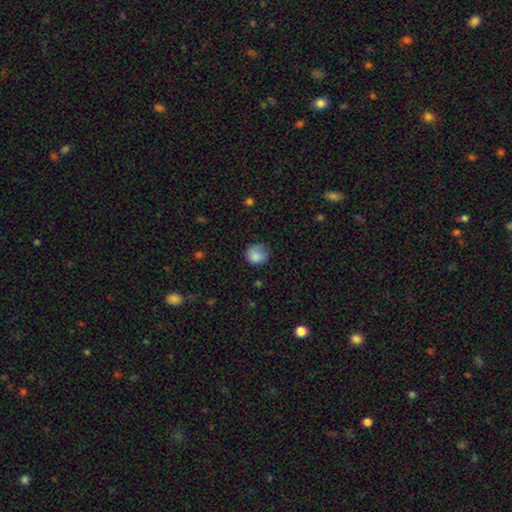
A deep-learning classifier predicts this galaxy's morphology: This is clearly a smooth galaxy (83%). How rounded: likely round (78%). Merging: possibly none (57%).